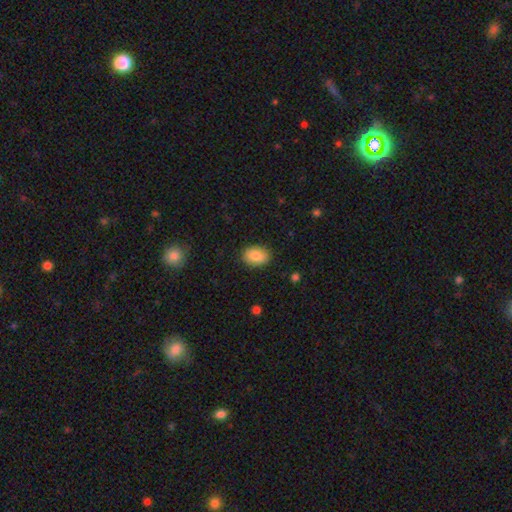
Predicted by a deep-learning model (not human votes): The model was most divided on "how rounded": in between: 82%, round: 17%, cigar-shaped: 1%. More confident: merging — none (86%); smooth or featured — smooth (86%).